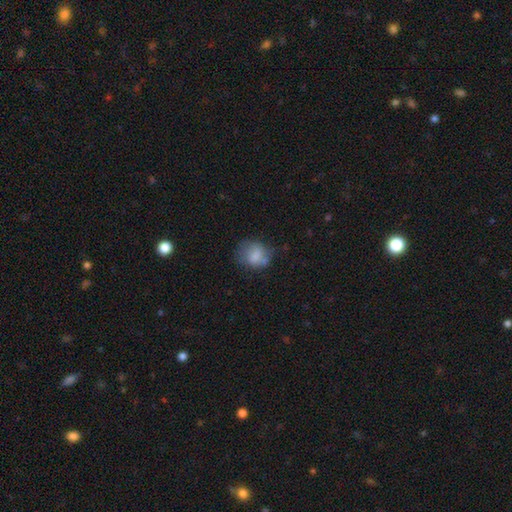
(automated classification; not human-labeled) This is likely a smooth galaxy (73%). How rounded: likely round (62%). Merging: possibly none (51%).